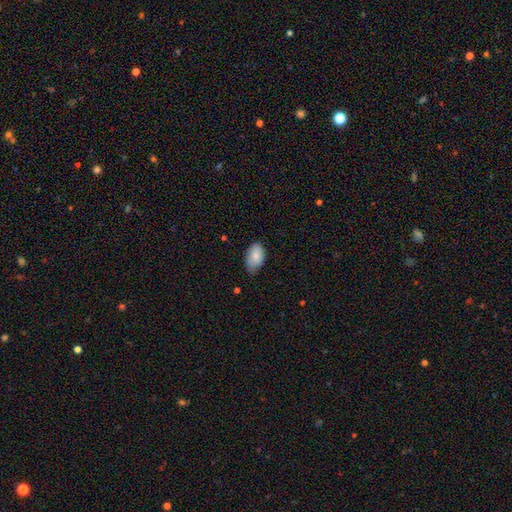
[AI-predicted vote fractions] A smooth galaxy with no disk features (85%) that is in between round and cigar-shaped (92%).

Vote fractions:
- Smooth or featured? smooth: 85% / featured or disk: 9% / star or artifact: 7%
- How rounded? in between: 92% / round: 7% / cigar-shaped: 1%
- Merging? none: 60% / minor disturbance: 34% / major disturbance: 5% / merger: 1%